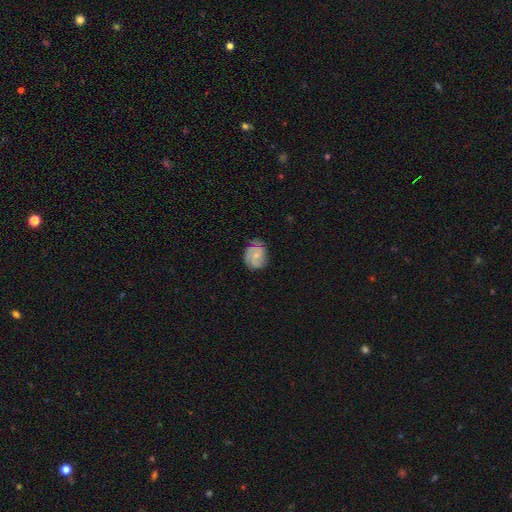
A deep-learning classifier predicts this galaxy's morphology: Q: Smooth or featured?
A: featured or disk (59%); runner-up: smooth (33%)
Q: Edge-on disk?
A: no (98%); runner-up: yes (2%)
Q: Bar?
A: no (65%); runner-up: weak (30%)
Q: Spiral arms?
A: yes (90%); runner-up: no (10%)
Q: Spiral winding?
A: tight (54%); runner-up: medium (35%)
Q: Spiral arm count?
A: 2 (32%); runner-up: 3 (27%)
Q: Bulge size?
A: small (64%); runner-up: moderate (24%)
Q: Merging?
A: none (69%); runner-up: minor disturbance (23%)